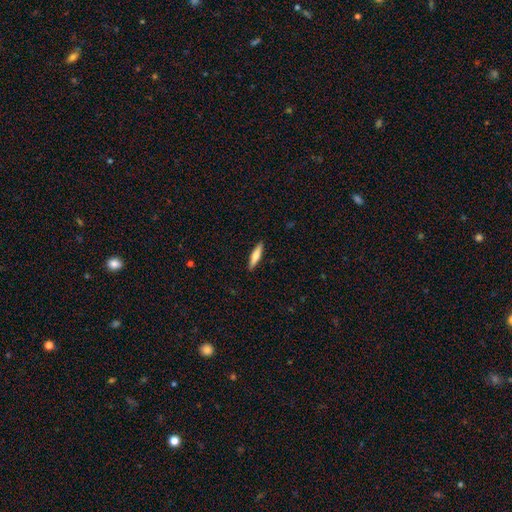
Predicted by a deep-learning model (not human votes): smooth_or_featured: smooth (p=0.63) [alt: featured or disk p=0.31]
how_rounded: cigar-shaped (p=0.79) [alt: in between p=0.19]
merging: none (p=0.91) [alt: minor disturbance p=0.07]